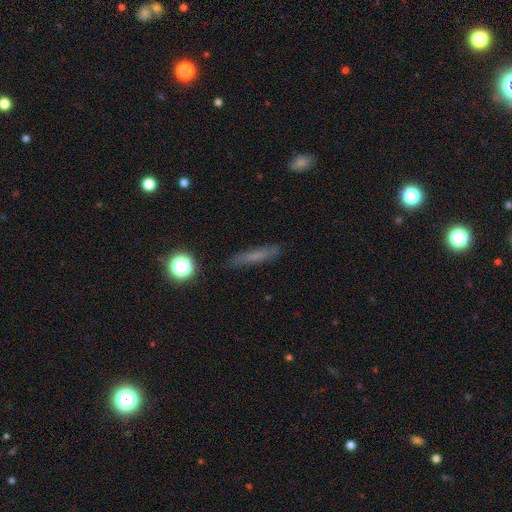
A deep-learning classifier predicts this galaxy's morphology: Smooth or featured? smooth (62%)
How rounded? cigar-shaped (88%)
Merging? none (84%)